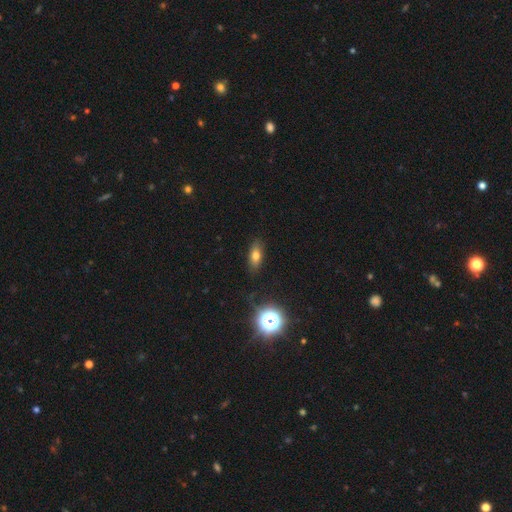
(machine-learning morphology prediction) The model was most divided on "smooth or featured": smooth: 69%, featured or disk: 17%, star or artifact: 14%. More confident: merging — none (84%); how rounded — in between (74%).